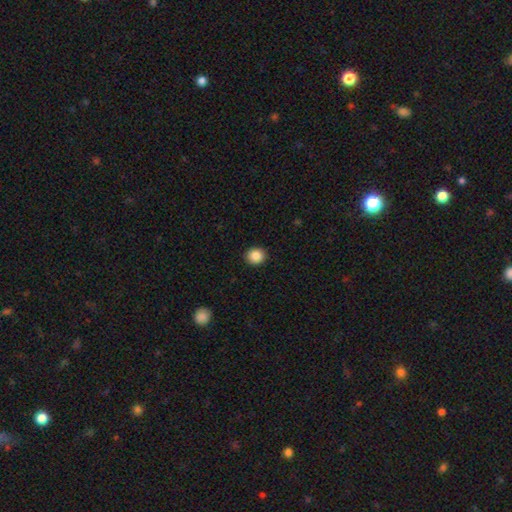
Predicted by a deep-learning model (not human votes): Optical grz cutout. It shows a smooth galaxy with no disk features (87%) that is round (85%). Merging: none (92%).